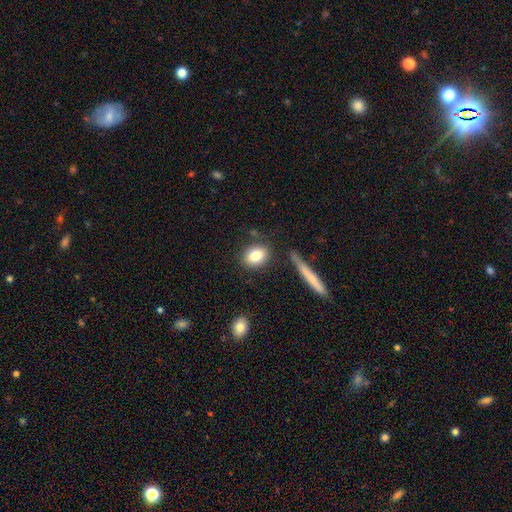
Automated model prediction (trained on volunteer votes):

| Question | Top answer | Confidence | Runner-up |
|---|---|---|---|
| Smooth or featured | smooth | 82% | featured or disk (10%) |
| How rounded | in between | 64% | round (32%) |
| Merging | none | 80% | minor disturbance (11%) |